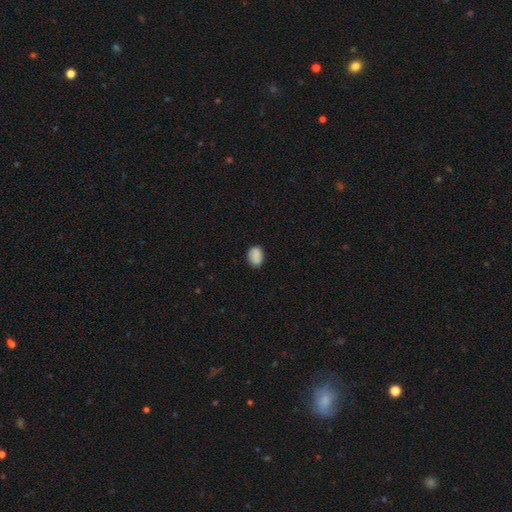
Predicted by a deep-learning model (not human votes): This is clearly a smooth galaxy (85%). How rounded: likely in between (67%). Merging: clearly none (82%).